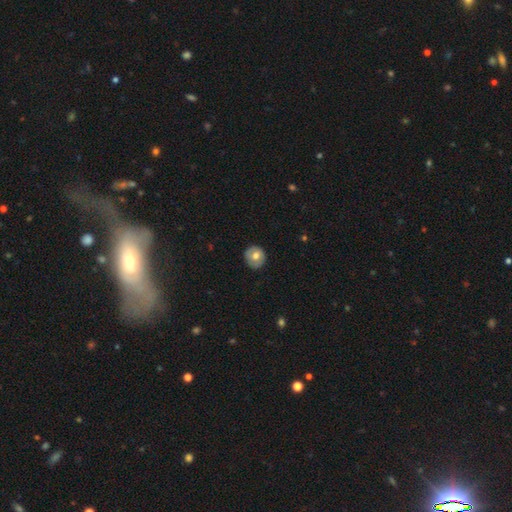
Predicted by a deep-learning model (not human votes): Smooth or featured?
  - smooth: 64% *
  - featured or disk: 29%
  - star or artifact: 7%
How rounded?
  - round: 89% *
  - in between: 10%
  - cigar-shaped: 1%
Merging?
  - none: 86% *
  - minor disturbance: 11%
  - major disturbance: 2%
  - merger: 1%